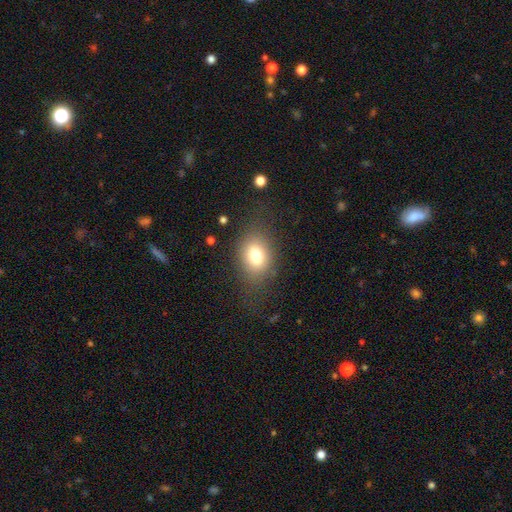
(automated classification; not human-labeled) Smooth or featured?
  - smooth: 76% *
  - featured or disk: 13%
  - star or artifact: 11%
How rounded?
  - in between: 73% *
  - round: 25%
  - cigar-shaped: 1%
Merging?
  - none: 75% *
  - minor disturbance: 15%
  - major disturbance: 9%
  - merger: 1%